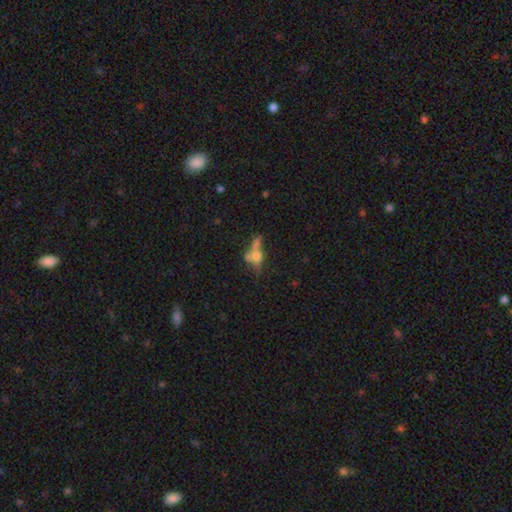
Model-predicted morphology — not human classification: smooth_or_featured: smooth (p=0.44) [alt: featured or disk p=0.41]
merging: none (p=0.37) [alt: merger p=0.34]